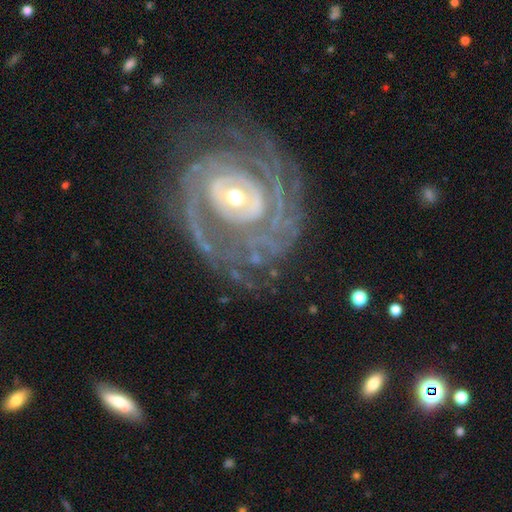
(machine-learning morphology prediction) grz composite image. It shows a featured or disk galaxy (90%) with no bar (55%), 2 (33%) tight (79%) spiral arms (96%) and a small central bulge (50%). Merging: none (72%).